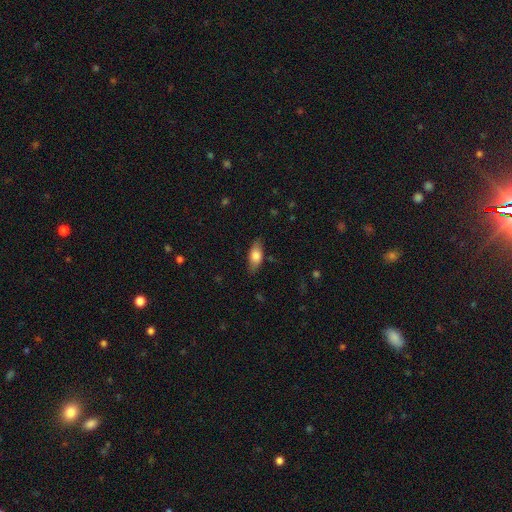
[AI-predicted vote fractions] Overall: smooth (74%). How rounded: in between (81%). Merging: none (81%).